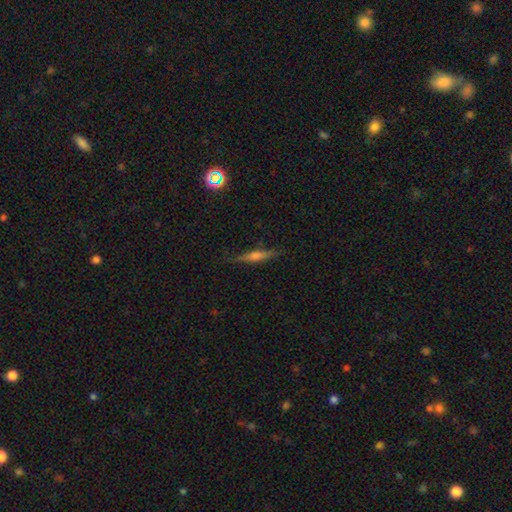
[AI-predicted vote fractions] A featured or disk galaxy (58%) viewed edge-on (96%) with a rounded central bulge (68%). Merging: none (85%).